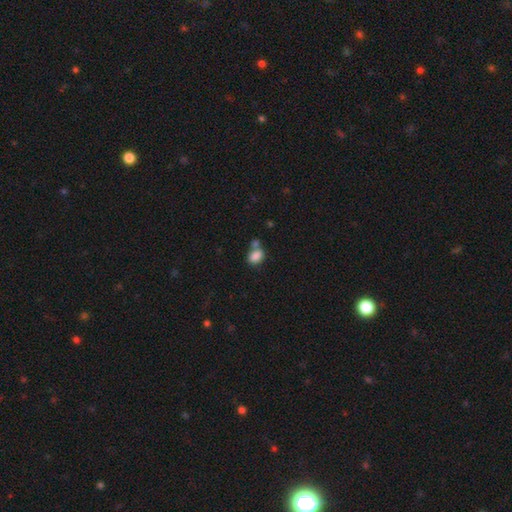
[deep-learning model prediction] A smooth galaxy with no disk features (84%) that is in between round and cigar-shaped (72%). Merging: none (45%).